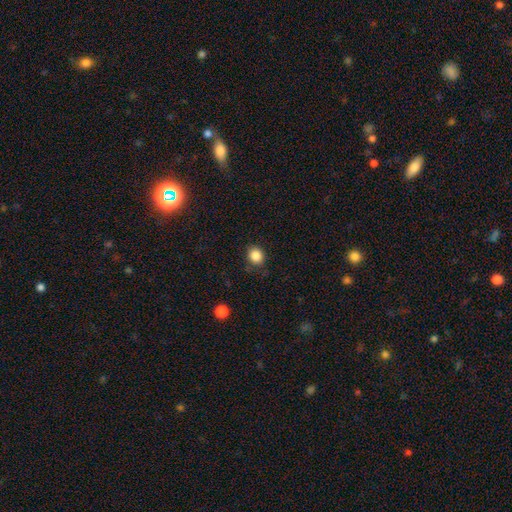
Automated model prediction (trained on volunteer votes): Smooth or featured? Predicted: smooth (p=0.86). How rounded? Predicted: round (p=0.72). Merging? Predicted: none (p=0.82).